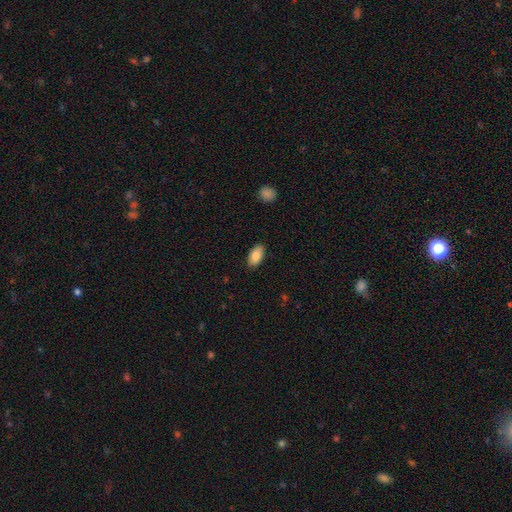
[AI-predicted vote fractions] Morphology: type=smooth (86%); roundness=in between (94%); merging=none (87%).